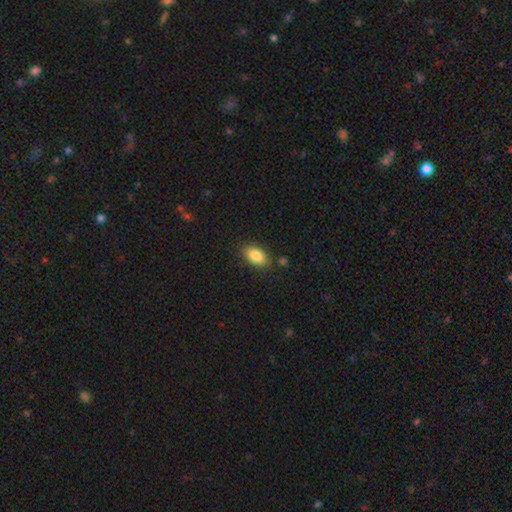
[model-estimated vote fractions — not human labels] This is clearly a smooth galaxy (86%). How rounded: clearly in between (91%). Merging: clearly none (84%).